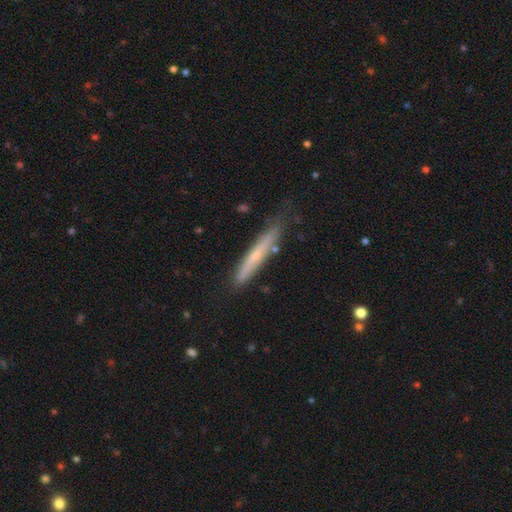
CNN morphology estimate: smooth_or_featured: featured or disk (p=0.55) [alt: smooth p=0.39]
disk_edge_on: yes (p=0.89) [alt: no p=0.11]
merging: none (p=0.75) [alt: minor disturbance p=0.19]